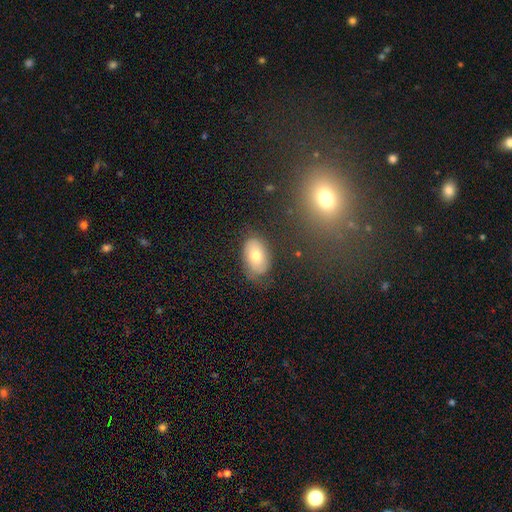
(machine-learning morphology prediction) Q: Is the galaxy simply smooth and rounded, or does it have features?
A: smooth — 65%.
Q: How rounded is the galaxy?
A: in between — 91%.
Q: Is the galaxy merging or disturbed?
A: none — 75%.